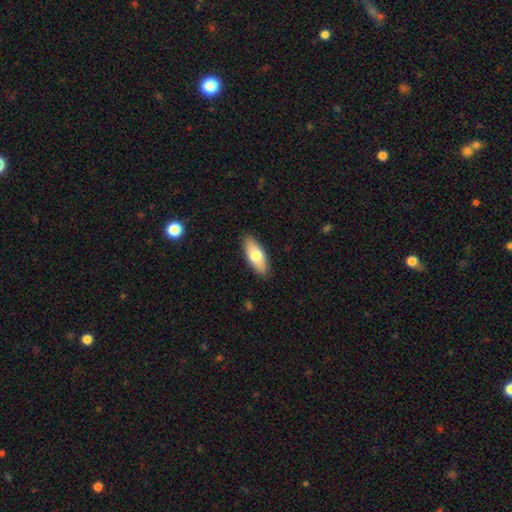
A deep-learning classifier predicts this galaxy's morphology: A smooth galaxy with no disk features (75%) that is in between round and cigar-shaped (78%).

Vote fractions:
- Smooth or featured? smooth: 75% / featured or disk: 20% / star or artifact: 5%
- How rounded? in between: 78% / cigar-shaped: 20% / round: 2%
- Merging? none: 90% / minor disturbance: 8% / major disturbance: 2% / merger: 1%